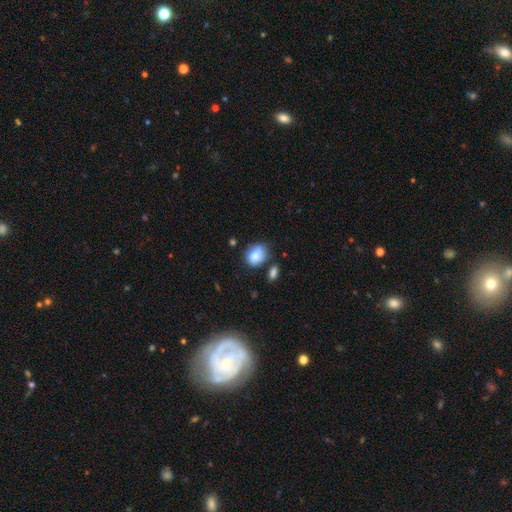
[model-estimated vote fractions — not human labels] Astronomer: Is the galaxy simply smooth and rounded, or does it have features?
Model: smooth — 83%.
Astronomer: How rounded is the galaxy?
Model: round — 51% (runner-up: in between, 48%).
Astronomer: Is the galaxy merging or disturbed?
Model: none — 60%.